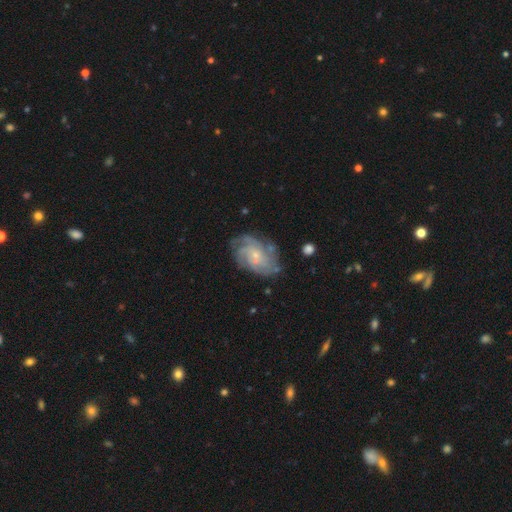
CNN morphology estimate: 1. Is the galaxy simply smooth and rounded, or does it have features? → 81% featured or disk, 12% smooth, 7% star or artifact.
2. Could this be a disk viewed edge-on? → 97% no, 3% yes.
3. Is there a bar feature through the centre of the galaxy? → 74% no, 22% weak, 3% strong.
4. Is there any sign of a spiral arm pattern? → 94% yes, 6% no.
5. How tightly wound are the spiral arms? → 57% tight, 34% medium, 10% loose.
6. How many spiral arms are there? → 32% can't tell, 24% 4, 18% 3, 12% 2, 9% more than 4, 6% 1.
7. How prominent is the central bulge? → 77% small, 17% moderate, 3% none, 1% large, 1% dominant.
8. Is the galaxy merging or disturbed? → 71% none, 19% minor disturbance, 8% major disturbance, 2% merger.